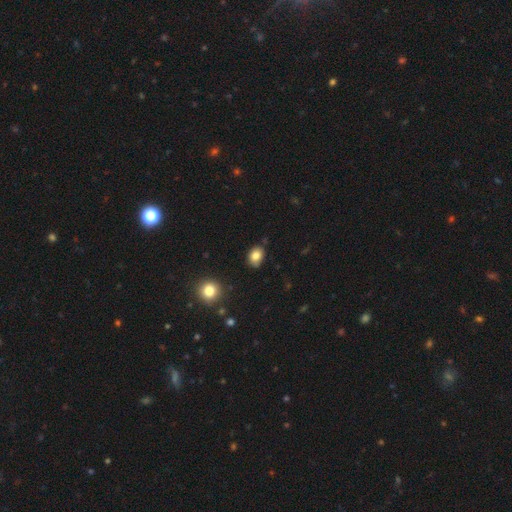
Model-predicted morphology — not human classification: This is clearly a smooth galaxy (82%). How rounded: likely in between (62%). Merging: likely none (73%).